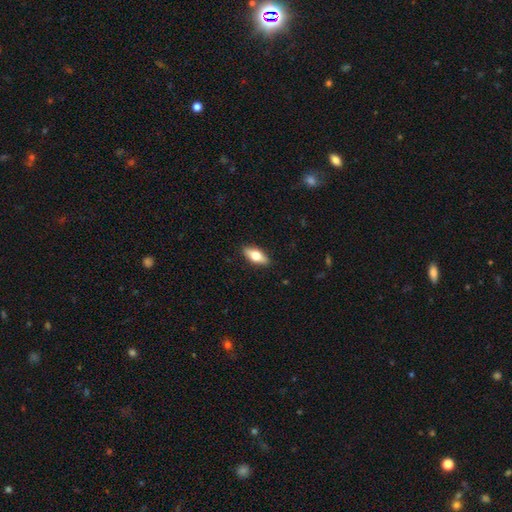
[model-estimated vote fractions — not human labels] This appears to be a smooth galaxy with no disk features (63%) that is in between round and cigar-shaped (76%). Merging: none (89%).